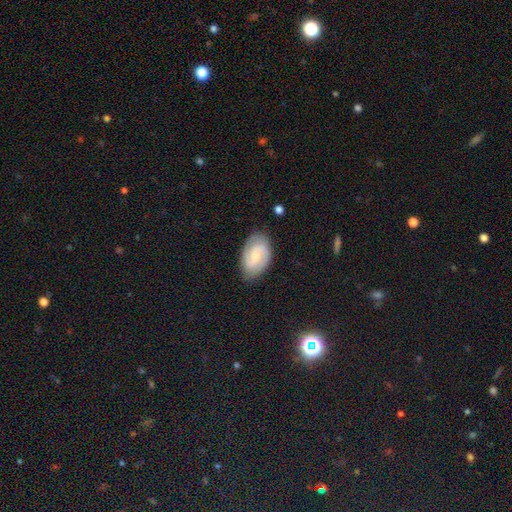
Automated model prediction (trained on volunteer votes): featured or disk 69%, smooth 25%, star or artifact 6%. Down the decision tree: edge-on disk — no (97%); bar — weak (48%); spiral arms — yes (94%); spiral arm count — 2 (86%); spiral winding — medium (46%); bulge size — small (62%); merging — none (82%).